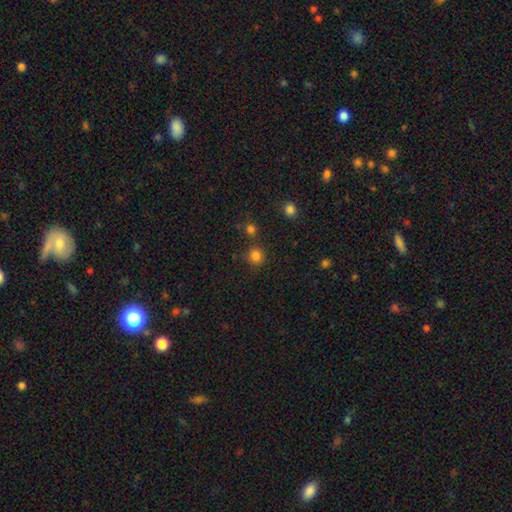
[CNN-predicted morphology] Overall: smooth (81%). How rounded: round (90%). Merging: none (81%).